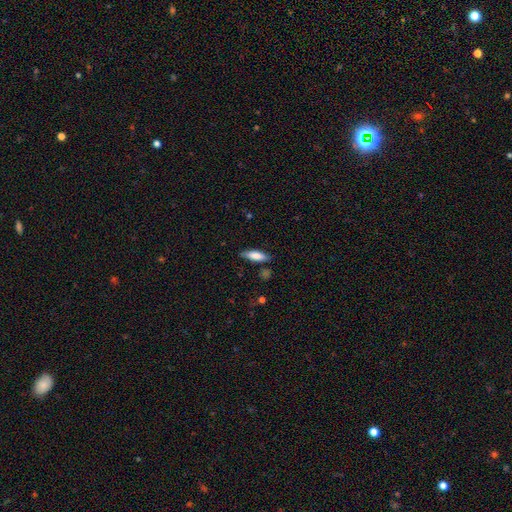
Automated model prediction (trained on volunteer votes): smooth-or-featured: smooth: 80% | featured or disk: 14% | star or artifact: 6%
  how-rounded: cigar-shaped: 49% (tied) | in between: 49% (tied) | round: 2%
  merging: none: 79% | minor disturbance: 15% | major disturbance: 3% | merger: 3%